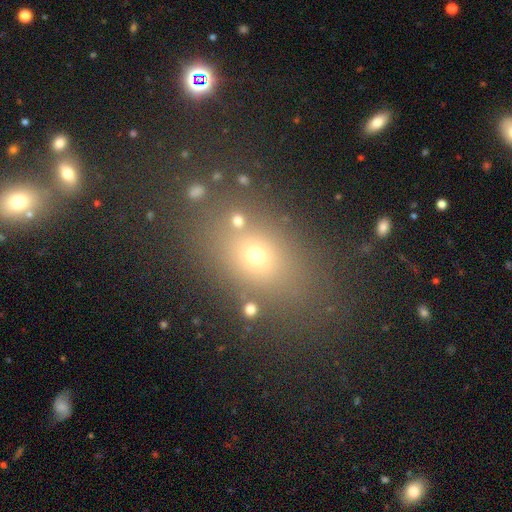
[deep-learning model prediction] smooth-or-featured: smooth: 64% | star or artifact: 22% | featured or disk: 14%
  how-rounded: in between: 68% | round: 29% | cigar-shaped: 4%
  merging: none: 74% | minor disturbance: 13% | major disturbance: 7% | merger: 6%